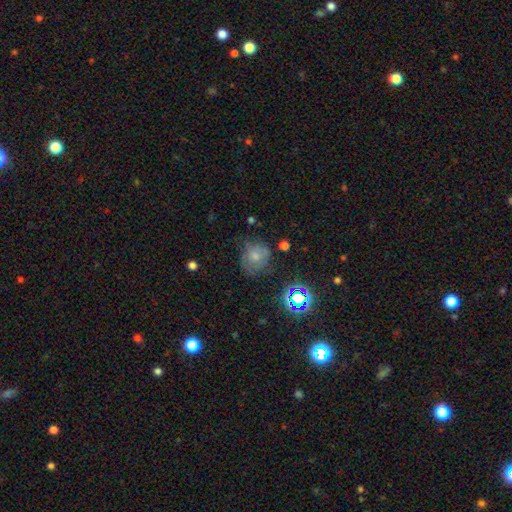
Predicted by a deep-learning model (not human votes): Morphology: type=smooth (64%); roundness=round (80%); merging=none (55%).